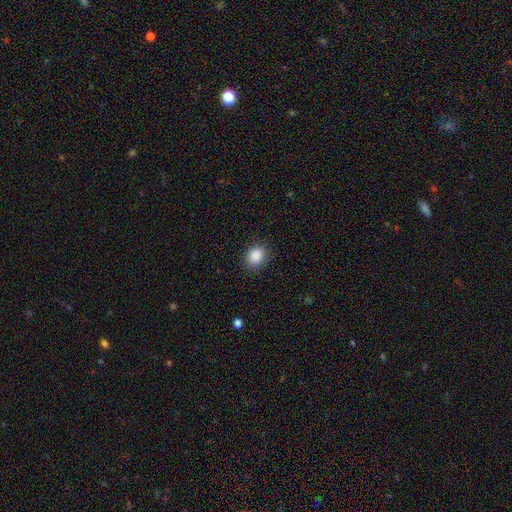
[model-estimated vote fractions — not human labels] The model was most divided on "how rounded": round: 56%, in between: 43%, cigar-shaped: 1%. More confident: smooth or featured — smooth (88%); merging — none (86%).